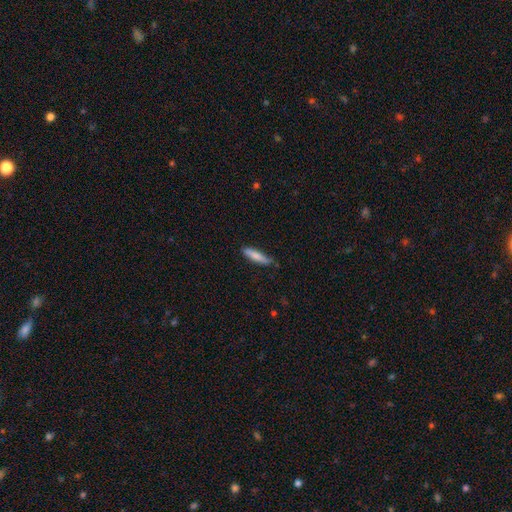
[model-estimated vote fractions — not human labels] smooth-or-featured: smooth: 76% | featured or disk: 18% | star or artifact: 6%
  how-rounded: cigar-shaped: 80% | in between: 19% | round: 1%
  merging: none: 76% | minor disturbance: 19% | major disturbance: 3% | merger: 2%